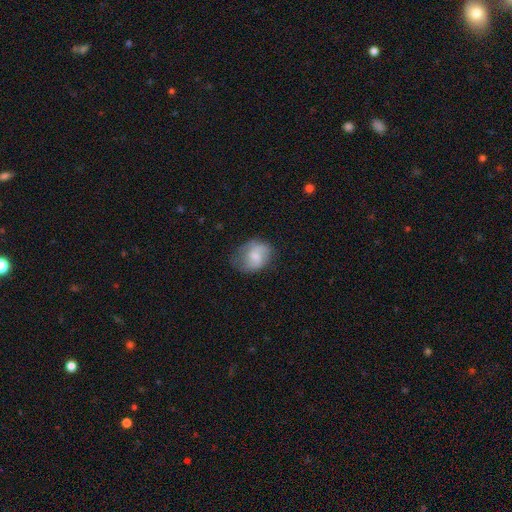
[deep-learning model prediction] The model was most divided on "smooth or featured": smooth: 50%, featured or disk: 43%, star or artifact: 7%. More confident: merging — none (54%).